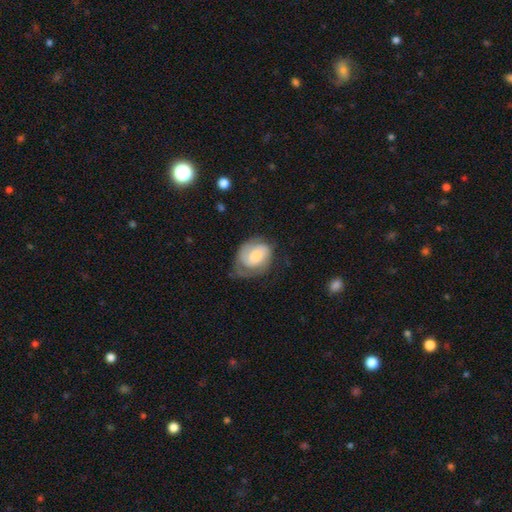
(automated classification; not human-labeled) This appears to be a featured or disk galaxy (54%) with no bar (55%), spiral arms (80%) and a moderate central bulge (65%). Merging: none (49%).